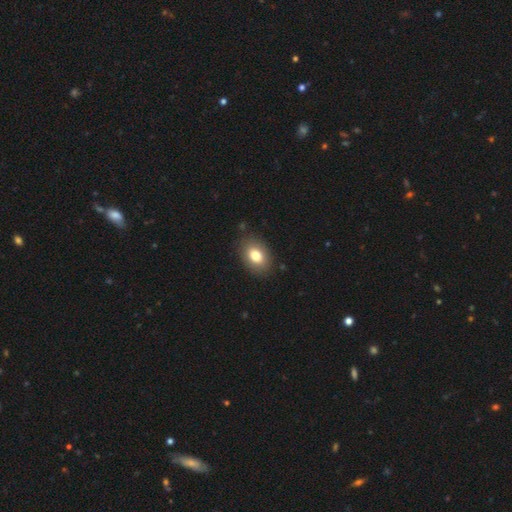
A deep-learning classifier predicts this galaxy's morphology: This is likely a smooth galaxy (79%). How rounded: likely in between (80%). Merging: clearly none (86%).